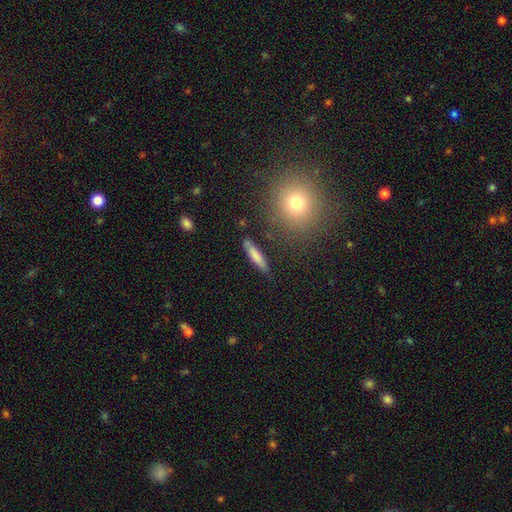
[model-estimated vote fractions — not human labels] smooth-or-featured: smooth: 77% | featured or disk: 16% | star or artifact: 7%
  how-rounded: cigar-shaped: 86% | in between: 12% | round: 2%
  merging: none: 82% | minor disturbance: 12% | merger: 3% | major disturbance: 3%